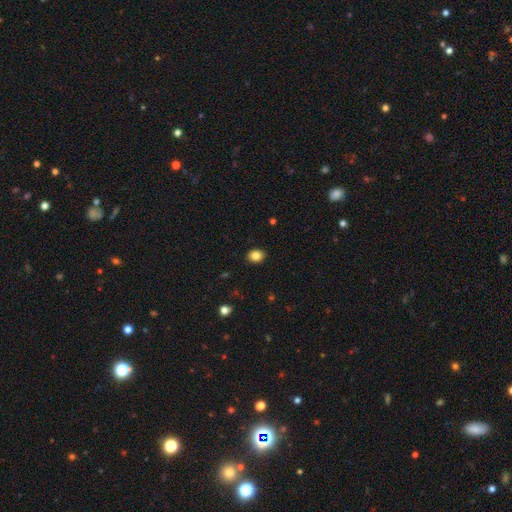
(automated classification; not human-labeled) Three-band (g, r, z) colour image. It shows a smooth galaxy with no disk features (85%) that is in between round and cigar-shaped (52%). Merging: none (90%).